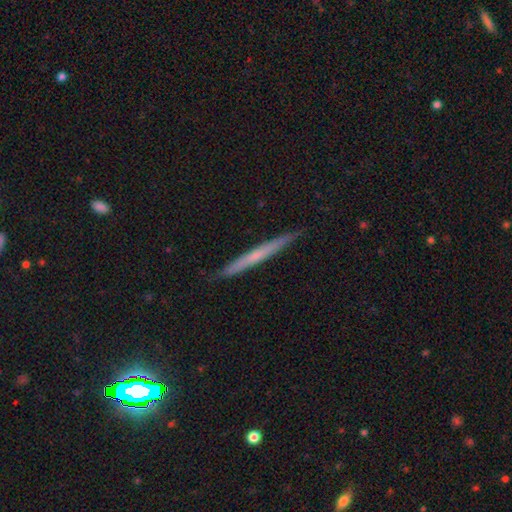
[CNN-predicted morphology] Smooth or featured: featured or disk — 50% (smooth — 44%)
Merging: none — 91% (minor disturbance — 7%)